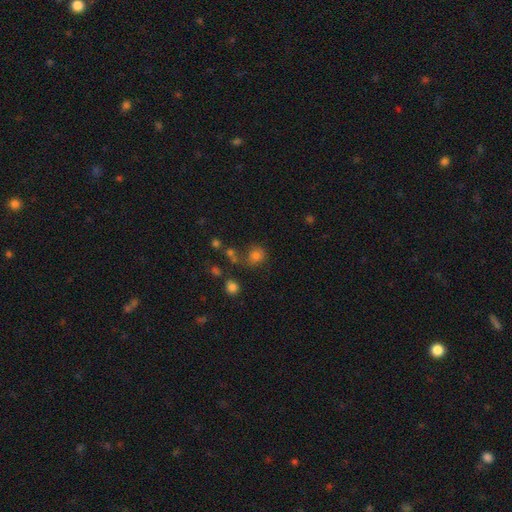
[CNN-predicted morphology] This appears to be a smooth galaxy with no disk features (77%) that is round (81%). Merging: none (70%).